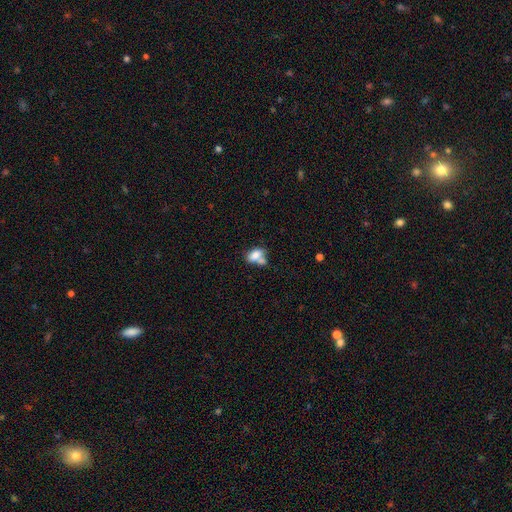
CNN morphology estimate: smooth-or-featured: smooth: 77% | featured or disk: 14% | star or artifact: 9%
  how-rounded: in between: 85% | round: 12% | cigar-shaped: 3%
  merging: merger: 47% | none: 32% | minor disturbance: 14% | major disturbance: 7%